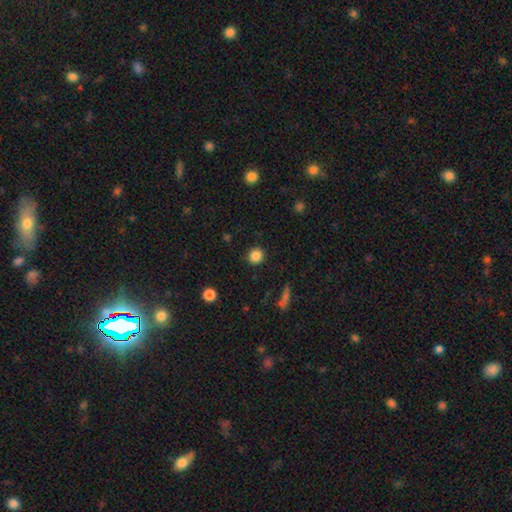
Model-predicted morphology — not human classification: smooth_or_featured: smooth (p=0.85) [alt: star or artifact p=0.11]
how_rounded: round (p=0.89) [alt: in between p=0.10]
merging: none (p=0.90) [alt: minor disturbance p=0.06]